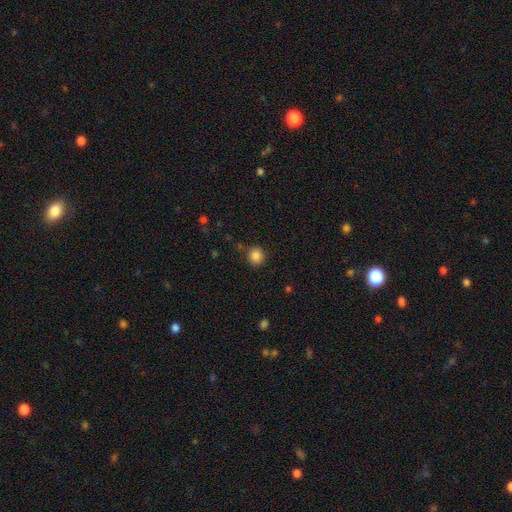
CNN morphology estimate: smooth-or-featured: smooth: 85% | star or artifact: 11% | featured or disk: 4%
  how-rounded: round: 90% | in between: 9% | cigar-shaped: 1%
  merging: none: 84% | minor disturbance: 10% | merger: 3% | major disturbance: 3%